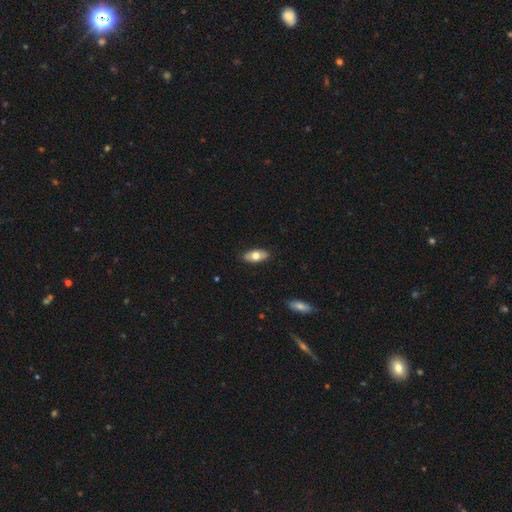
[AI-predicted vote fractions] A smooth galaxy with no disk features (67%) that is in between round and cigar-shaped (89%).

Vote fractions:
- Smooth or featured? smooth: 67% / featured or disk: 27% / star or artifact: 6%
- How rounded? in between: 89% / cigar-shaped: 8% / round: 3%
- Merging? none: 88% / minor disturbance: 10% / major disturbance: 2% / merger: 1%